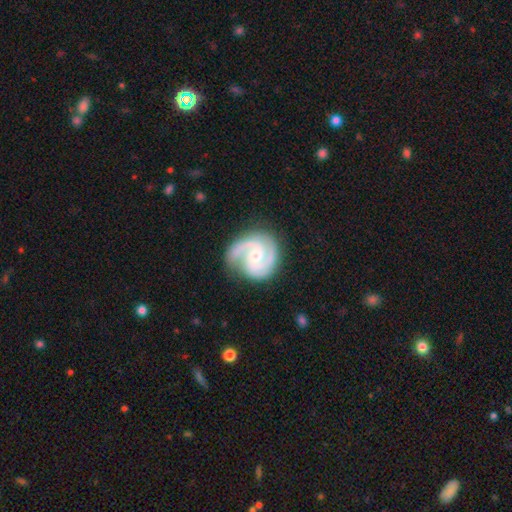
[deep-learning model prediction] Smooth or featured? Predicted: featured or disk (p=0.92). Edge-on disk? Predicted: no (p=0.98). Bar? Predicted: no (p=0.61). Spiral arms? Predicted: yes (p=0.98). Spiral winding? Predicted: medium (p=0.49). Spiral arm count? Predicted: 2 (p=0.71). Bulge size? Predicted: small (p=0.59). Merging? Predicted: none (p=0.79).